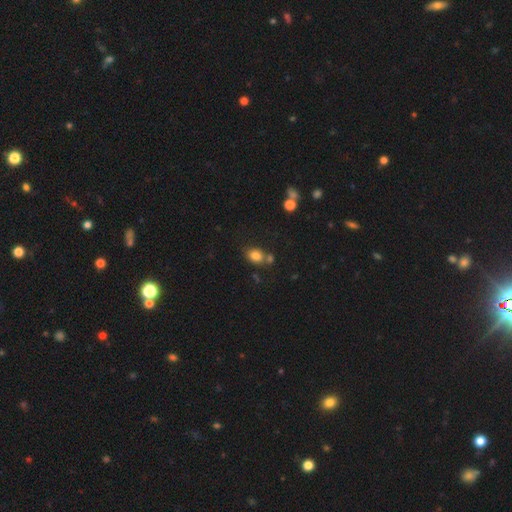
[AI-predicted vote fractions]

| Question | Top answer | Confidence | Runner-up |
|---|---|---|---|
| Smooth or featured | smooth | 81% | star or artifact (11%) |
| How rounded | in between | 62% | round (36%) |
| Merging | none | 58% | merger (23%) |